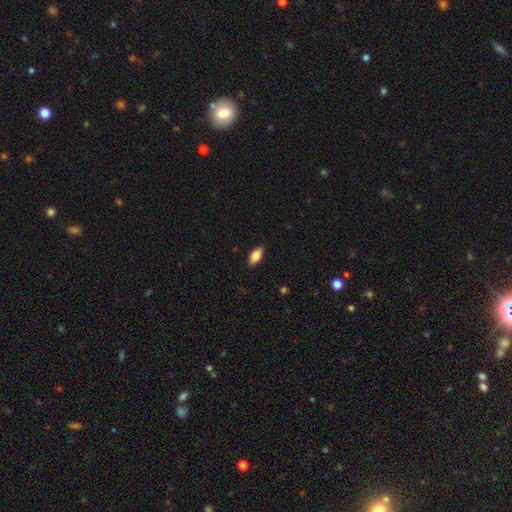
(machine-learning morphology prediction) Smooth or featured: smooth — 83% (featured or disk — 10%)
How rounded: in between — 90% (cigar-shaped — 7%)
Merging: none — 88% (minor disturbance — 10%)